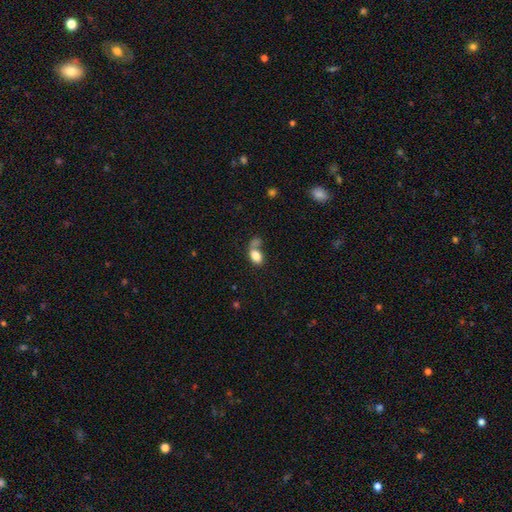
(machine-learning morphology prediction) Overall: smooth (80%). How rounded: in between (85%). Merging: merger (41%; none 30%).